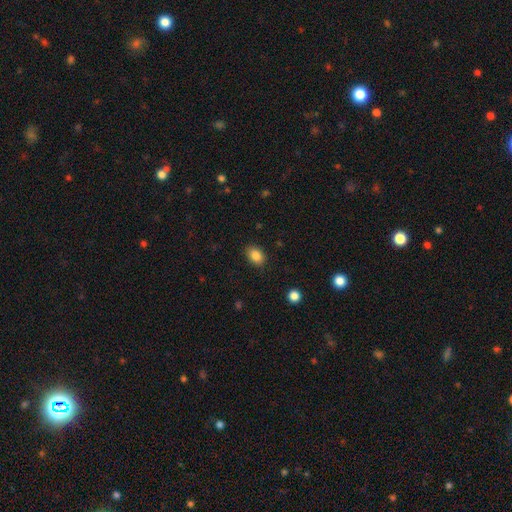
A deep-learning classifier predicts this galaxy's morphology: type=smooth (86%); roundness=in between (74%); merging=none (86%).